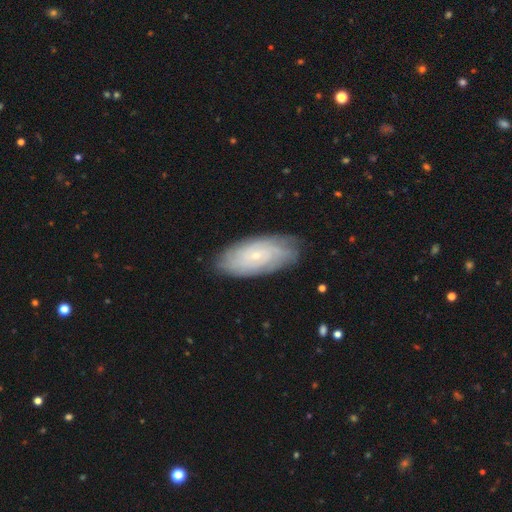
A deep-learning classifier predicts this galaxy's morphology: Smooth or featured? featured or disk (67%)
Edge-on disk? no (92%)
Bar? no (78%)
Spiral arms? yes (88%)
Spiral winding? tight (75%)
Spiral arm count? can't tell (57%)
Bulge size? small (84%)
Merging? none (81%)